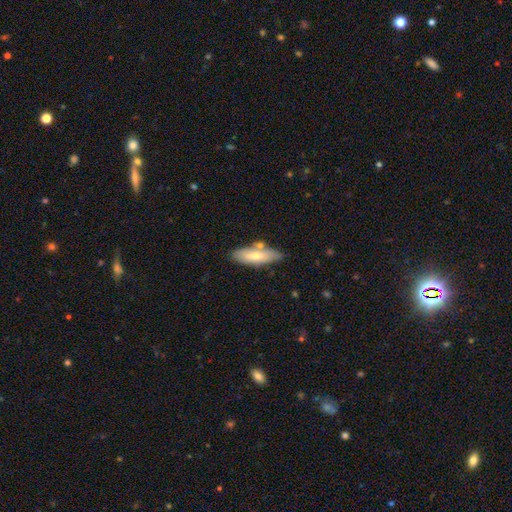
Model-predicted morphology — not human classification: A smooth galaxy with no disk features (65%) that is in between round and cigar-shaped (57%).

Vote fractions:
- Smooth or featured? smooth: 65% / featured or disk: 29% / star or artifact: 6%
- How rounded? in between: 57% / cigar-shaped: 41% / round: 2%
- Merging? none: 67% / minor disturbance: 18% / merger: 11% / major disturbance: 4%